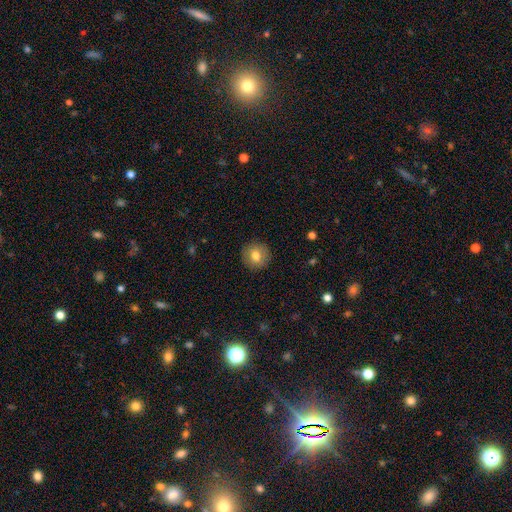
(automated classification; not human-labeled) Smooth or featured? Predicted: smooth (p=0.76). How rounded? Predicted: round (p=0.91). Merging? Predicted: none (p=0.90).